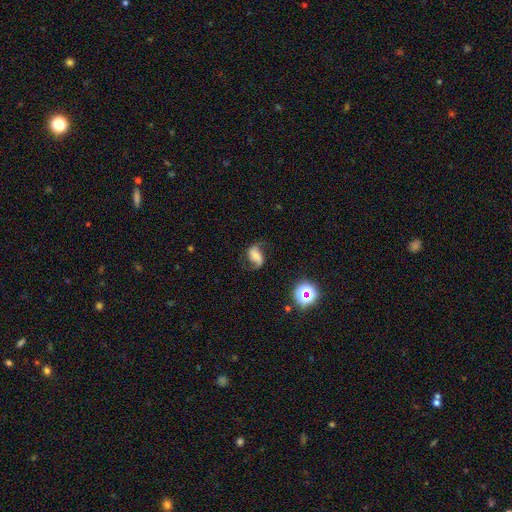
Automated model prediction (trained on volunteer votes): Smooth or featured?
  - featured or disk: 61% *
  - smooth: 26%
  - star or artifact: 13%
Edge-on disk?
  - no: 96% *
  - yes: 4%
Bar?
  - no: 39% *
  - weak: 35%
  - strong: 26%
Spiral arms?
  - yes: 92% *
  - no: 8%
Spiral winding?
  - loose: 63% *
  - medium: 29%
  - tight: 8%
Spiral arm count?
  - 2: 86% *
  - 1: 7%
  - can't tell: 4%
  - 3: 1%
  - 4: 1%
  - more than 4: 1%
Bulge size?
  - small: 35% *
  - moderate: 28%
  - none: 19%
  - large: 12%
  - dominant: 6%
Merging?
  - none: 63% *
  - minor disturbance: 22%
  - major disturbance: 13%
  - merger: 2%